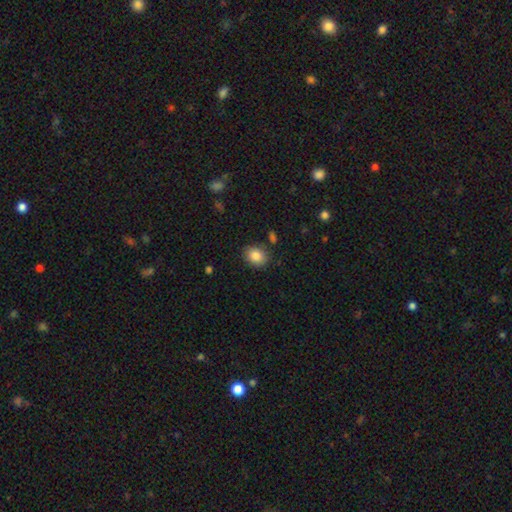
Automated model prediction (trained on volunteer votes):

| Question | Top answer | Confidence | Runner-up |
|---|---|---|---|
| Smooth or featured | smooth | 85% | star or artifact (9%) |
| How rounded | round | 59% | in between (40%) |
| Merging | none | 84% | minor disturbance (10%) |